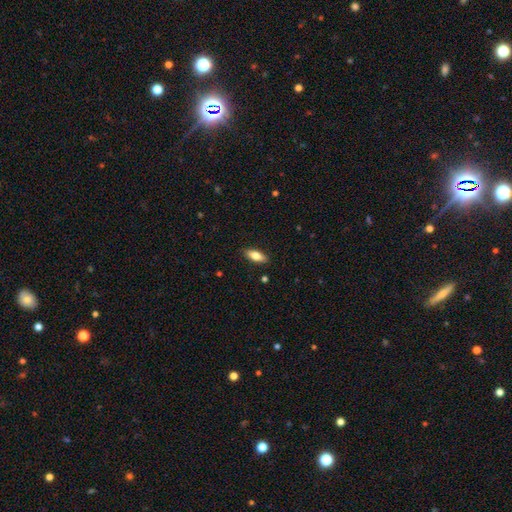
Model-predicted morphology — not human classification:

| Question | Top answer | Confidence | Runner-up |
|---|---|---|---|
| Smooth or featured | smooth | 75% | featured or disk (18%) |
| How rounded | in between | 77% | cigar-shaped (21%) |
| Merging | none | 88% | minor disturbance (9%) |